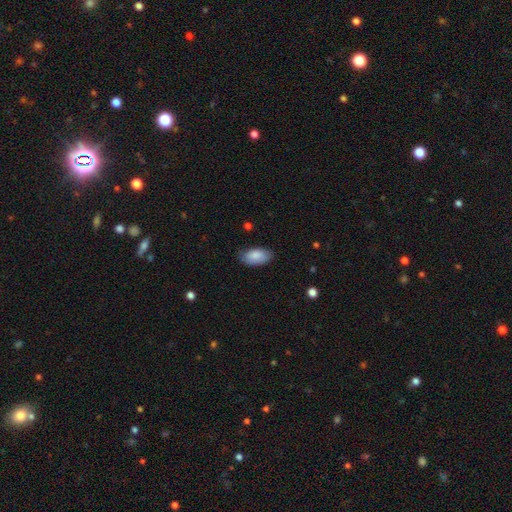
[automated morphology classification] A smooth galaxy with no disk features (86%) that is in between round and cigar-shaped (95%). Merging: none (78%).